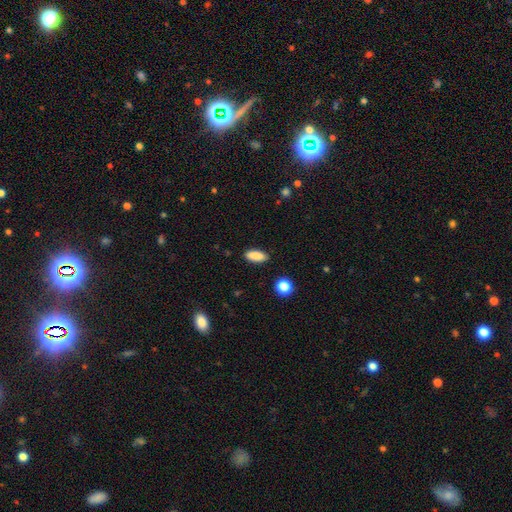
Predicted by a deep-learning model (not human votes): Overall: smooth (88%). How rounded: in between (79%). Merging: none (88%).